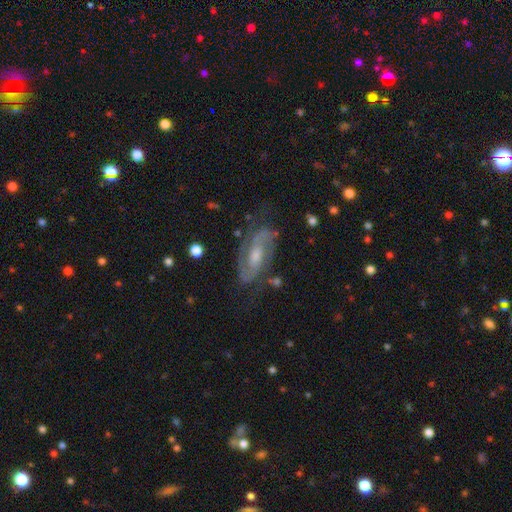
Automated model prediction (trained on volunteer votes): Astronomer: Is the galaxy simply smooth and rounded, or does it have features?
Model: featured or disk — 85%.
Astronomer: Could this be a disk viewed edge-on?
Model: no — 94%.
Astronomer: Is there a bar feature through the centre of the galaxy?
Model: weak — 47% (runner-up: no, 36%).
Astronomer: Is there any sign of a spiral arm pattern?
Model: yes — 96%.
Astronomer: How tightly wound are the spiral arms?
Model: medium — 51% (runner-up: tight, 34%).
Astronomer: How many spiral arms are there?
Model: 2 — 87%.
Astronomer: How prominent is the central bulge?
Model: moderate — 54% (runner-up: small, 32%).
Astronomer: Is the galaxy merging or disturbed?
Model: none — 74%.